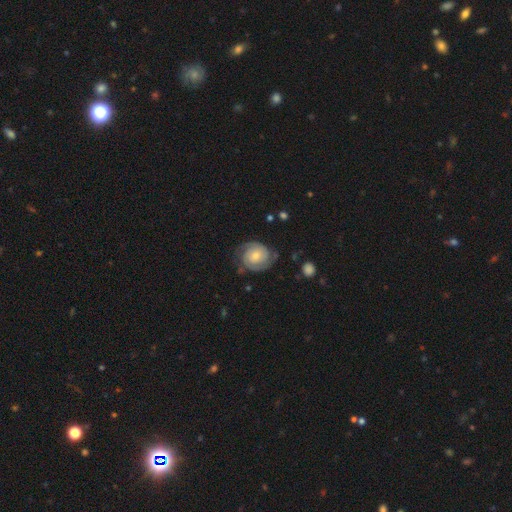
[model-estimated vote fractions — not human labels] This is clearly a featured or disk galaxy (80%). It is clearly not viewed edge-on (98%). Bar: likely no (74%). Spiral arm pattern: clearly yes (96%). Spiral arm count: clearly 2 (82%). Spiral winding: likely tight (64%). Central bulge: possibly small (51%). Merging: likely none (73%).